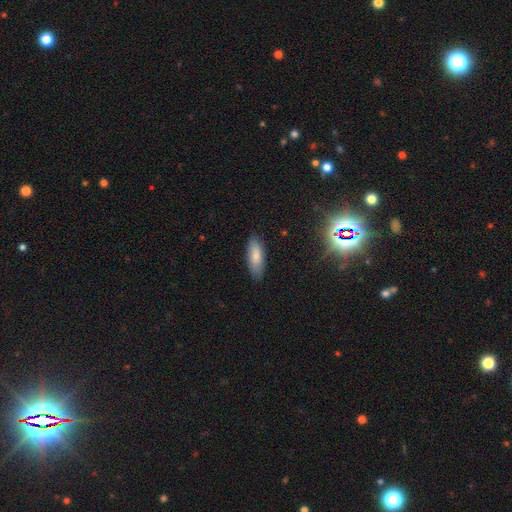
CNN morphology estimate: A smooth galaxy with no disk features (82%) that is in between round and cigar-shaped (67%).

Vote fractions:
- Smooth or featured? smooth: 82% / featured or disk: 12% / star or artifact: 7%
- How rounded? in between: 67% / cigar-shaped: 31% / round: 2%
- Merging? none: 83% / minor disturbance: 13% / major disturbance: 3% / merger: 1%